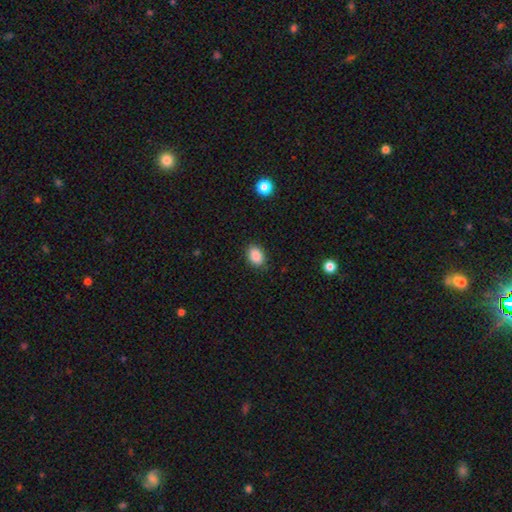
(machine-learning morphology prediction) Overall: smooth (87%). How rounded: in between (76%). Merging: none (87%).